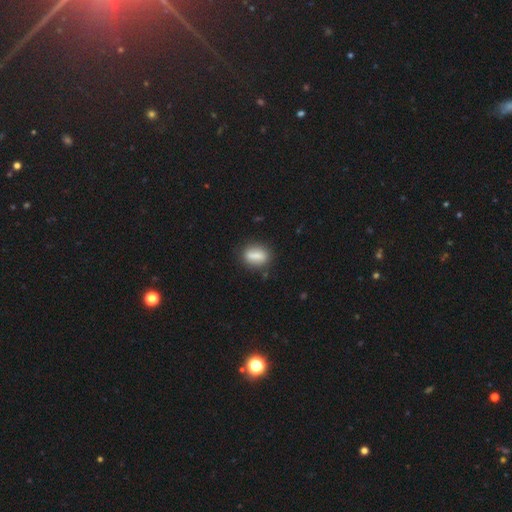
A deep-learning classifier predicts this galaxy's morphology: Q: Smooth or featured?
A: smooth (73%); runner-up: featured or disk (19%)
Q: How rounded?
A: in between (64%); runner-up: round (18%)
Q: Merging?
A: none (82%); runner-up: minor disturbance (12%)